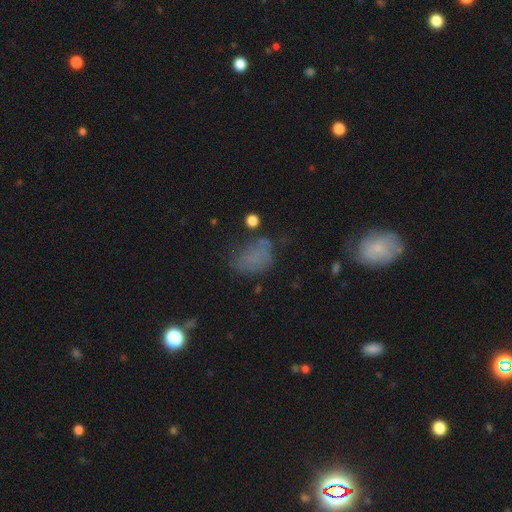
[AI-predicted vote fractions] A smooth galaxy with no disk features (56%) that is in between round and cigar-shaped (73%). Merging: none (41%).